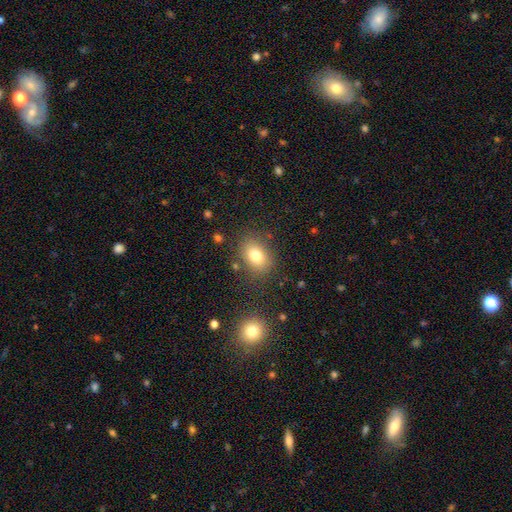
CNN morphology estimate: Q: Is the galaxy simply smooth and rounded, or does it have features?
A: smooth — 78%.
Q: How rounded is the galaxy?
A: in between — 68%.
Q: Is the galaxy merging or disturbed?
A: none — 80%.